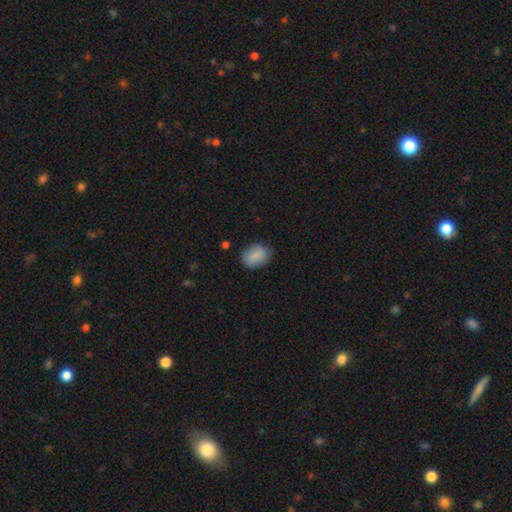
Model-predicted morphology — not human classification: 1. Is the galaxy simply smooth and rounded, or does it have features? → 86% smooth, 7% star or artifact, 6% featured or disk.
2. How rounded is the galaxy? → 76% in between, 22% round, 2% cigar-shaped.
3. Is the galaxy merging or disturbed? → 80% none, 15% minor disturbance, 3% major disturbance, 1% merger.